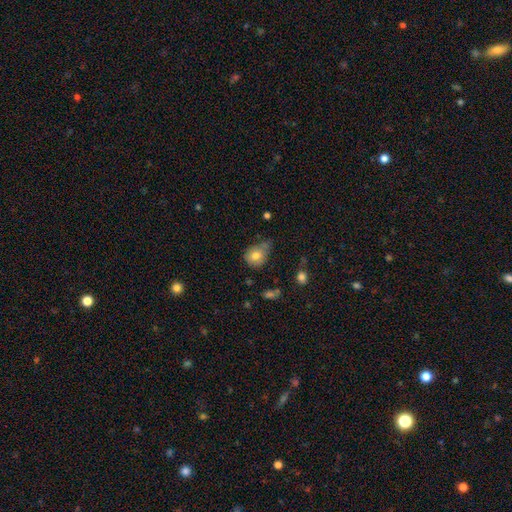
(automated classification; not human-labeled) A smooth galaxy with no disk features (78%) that is round (66%). Merging: none (49%).